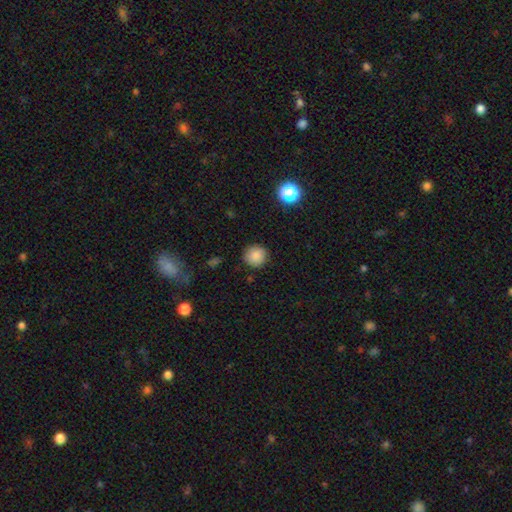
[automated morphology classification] A smooth galaxy with no disk features (84%) that is round (92%). Merging: none (89%).